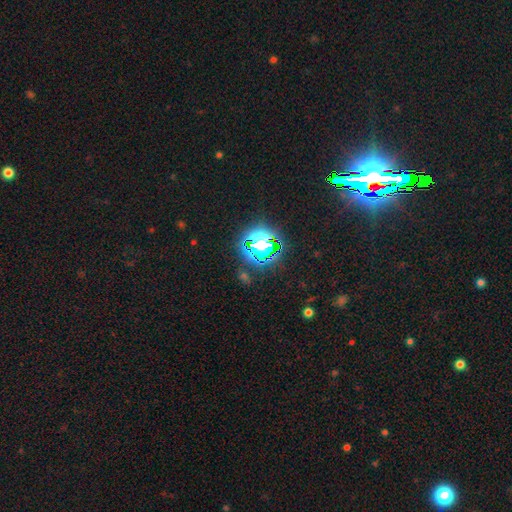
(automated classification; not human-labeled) The model was most divided on "smooth or featured": star or artifact: 77%, smooth: 15%, featured or disk: 8%.